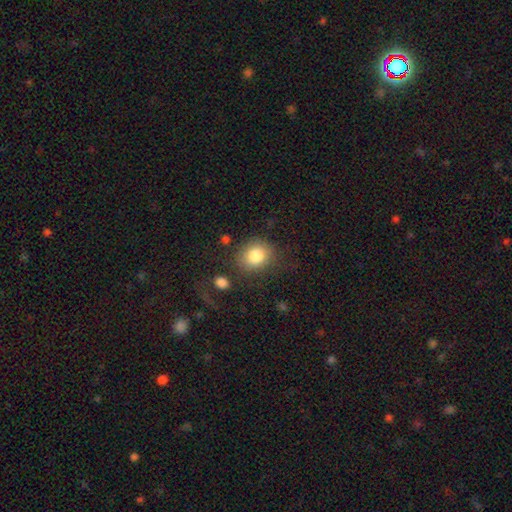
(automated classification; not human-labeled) smooth_or_featured: smooth (p=0.83) [alt: star or artifact p=0.09]
how_rounded: round (p=0.69) [alt: in between p=0.30]
merging: none (p=0.75) [alt: minor disturbance p=0.15]